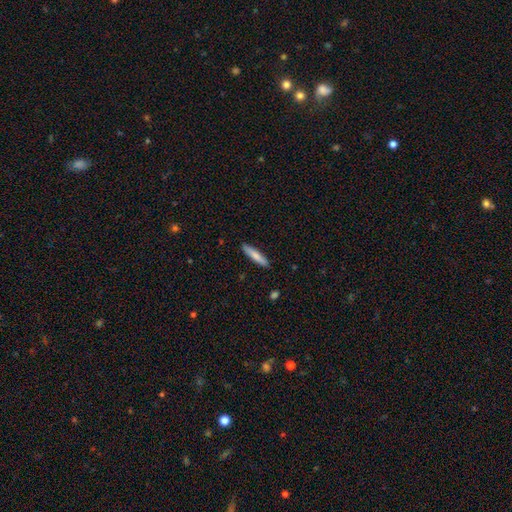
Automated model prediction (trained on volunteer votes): smooth_or_featured: smooth (p=0.78) [alt: featured or disk p=0.17]
how_rounded: cigar-shaped (p=0.85) [alt: in between p=0.13]
merging: none (p=0.89) [alt: minor disturbance p=0.08]